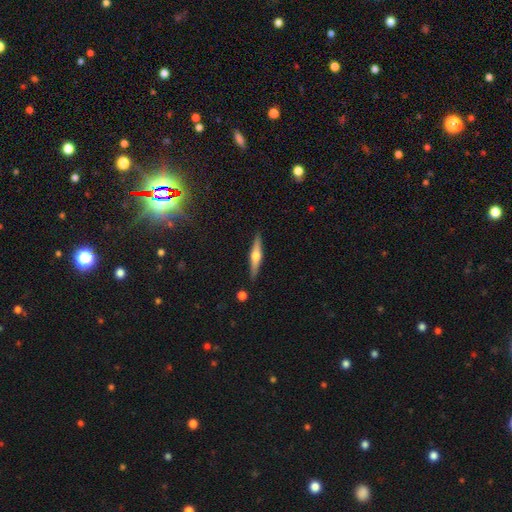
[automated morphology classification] Q: Smooth or featured?
A: featured or disk (61%); runner-up: smooth (33%)
Q: Edge-on disk?
A: yes (96%); runner-up: no (4%)
Q: Edge-on bulge?
A: rounded (93%); runner-up: boxy (4%)
Q: Merging?
A: none (88%); runner-up: minor disturbance (8%)